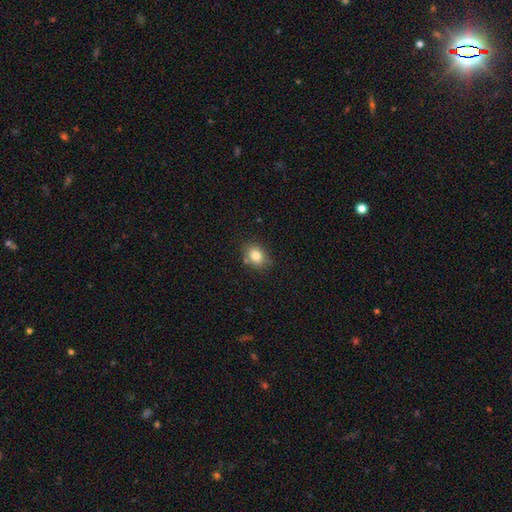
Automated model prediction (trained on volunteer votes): This appears to be a smooth galaxy with no disk features (83%) that is in between round and cigar-shaped (59%). Merging: none (76%).